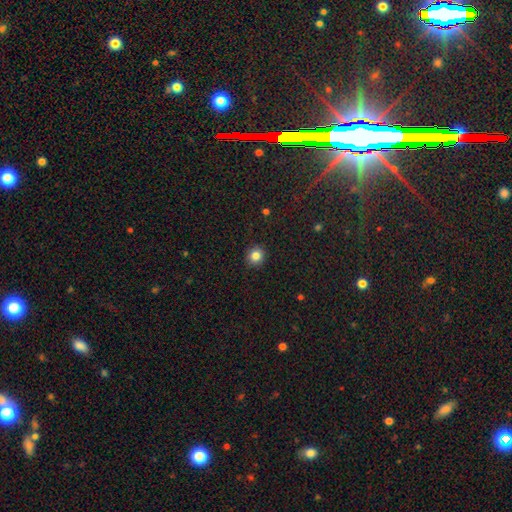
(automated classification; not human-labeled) Smooth or featured? Predicted: smooth (p=0.84). How rounded? Predicted: round (p=0.89). Merging? Predicted: none (p=0.92).